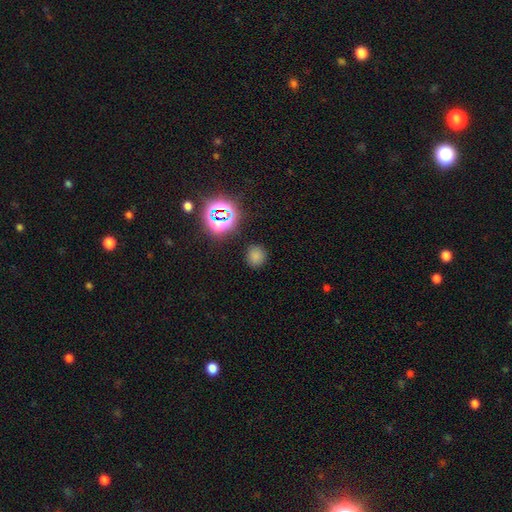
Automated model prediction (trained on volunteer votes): Overall: smooth (71%). How rounded: round (82%). Merging: none (84%).